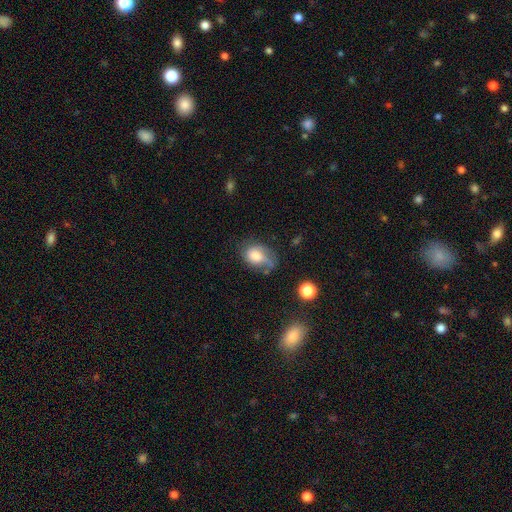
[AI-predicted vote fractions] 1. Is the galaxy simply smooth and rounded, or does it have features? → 61% smooth, 29% featured or disk, 10% star or artifact.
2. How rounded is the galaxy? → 68% in between, 30% round, 1% cigar-shaped.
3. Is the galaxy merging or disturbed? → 36% none, 30% minor disturbance, 27% major disturbance, 7% merger.